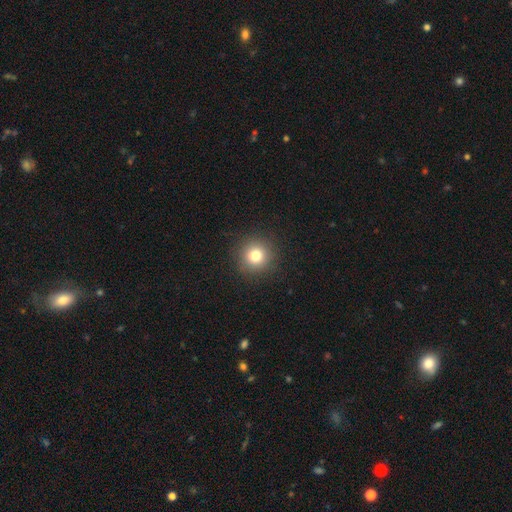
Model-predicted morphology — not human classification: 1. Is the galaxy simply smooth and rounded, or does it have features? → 79% smooth, 13% star or artifact, 8% featured or disk.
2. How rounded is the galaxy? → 94% round, 5% in between, 1% cigar-shaped.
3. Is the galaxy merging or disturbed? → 91% none, 6% minor disturbance, 2% major disturbance, 1% merger.